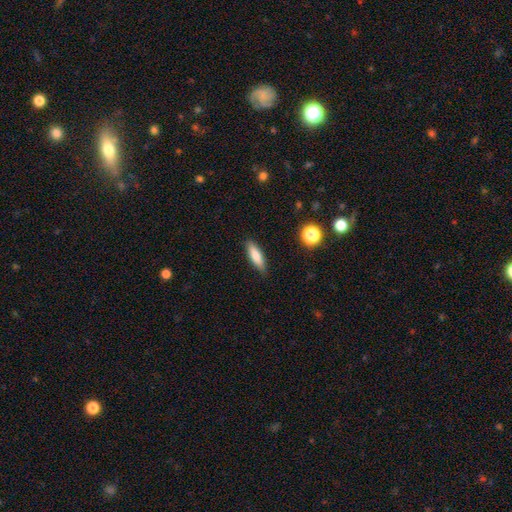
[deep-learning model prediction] A smooth galaxy with no disk features (76%) that is cigar-shaped (56%).

Vote fractions:
- Smooth or featured? smooth: 76% / featured or disk: 16% / star or artifact: 7%
- How rounded? cigar-shaped: 56% / in between: 42% / round: 2%
- Merging? none: 86% / minor disturbance: 10% / major disturbance: 2% / merger: 1%